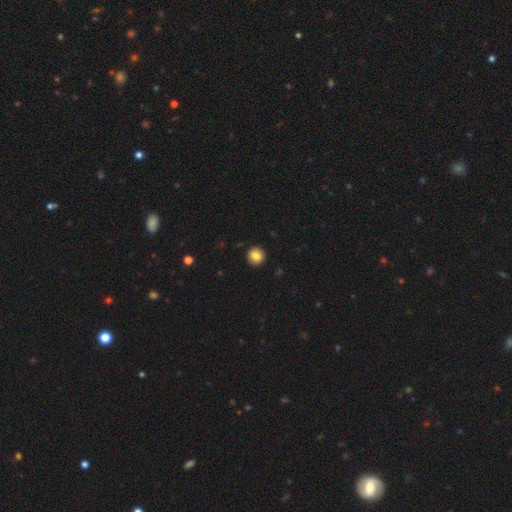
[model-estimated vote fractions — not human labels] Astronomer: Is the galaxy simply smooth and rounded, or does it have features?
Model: smooth — 84%.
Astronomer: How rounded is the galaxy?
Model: round — 93%.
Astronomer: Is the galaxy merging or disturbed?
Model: none — 92%.